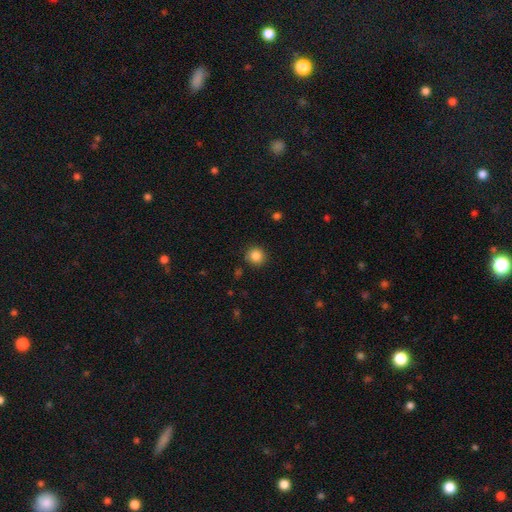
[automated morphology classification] This appears to be a smooth galaxy with no disk features (85%) that is round (91%). Merging: none (89%).